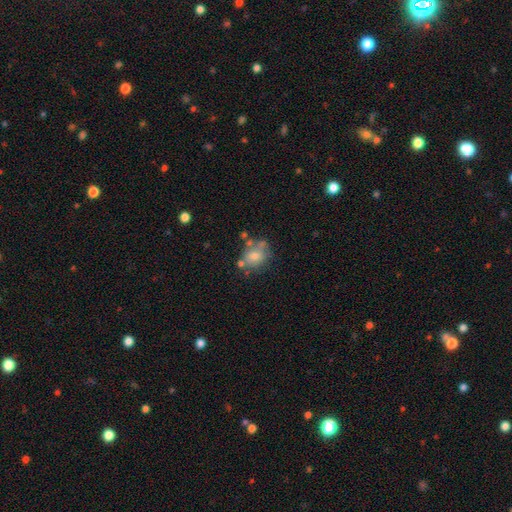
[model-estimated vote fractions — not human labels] This is likely a smooth galaxy (64%). How rounded: possibly round (56%). Merging: possibly none (49%).